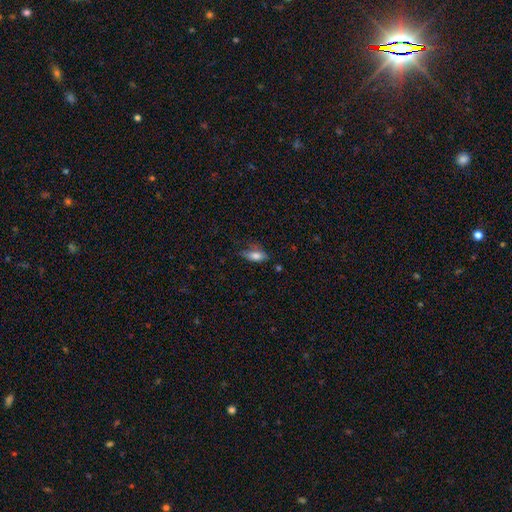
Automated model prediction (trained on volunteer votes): Smooth or featured: smooth — 77% (featured or disk — 14%)
How rounded: in between — 79% (cigar-shaped — 17%)
Merging: none — 56% (minor disturbance — 31%)